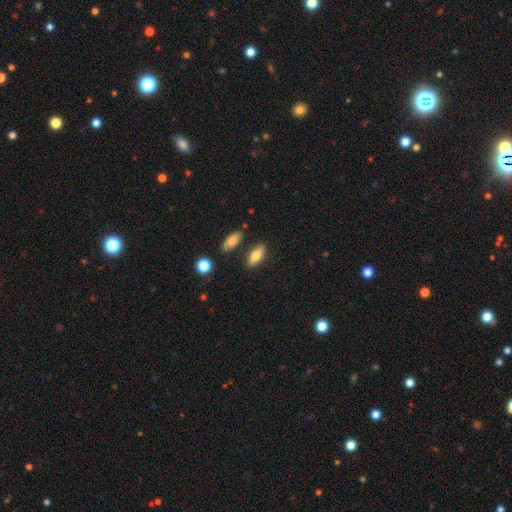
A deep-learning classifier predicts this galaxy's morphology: Smooth or featured: smooth — 71% (featured or disk — 22%)
How rounded: in between — 70% (cigar-shaped — 27%)
Merging: none — 81% (minor disturbance — 11%)